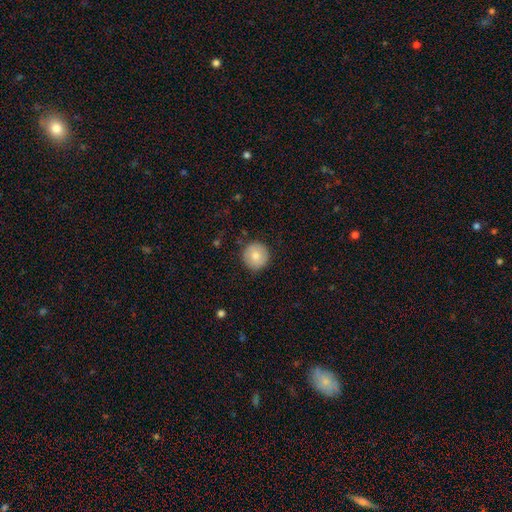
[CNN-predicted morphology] smooth-or-featured: smooth: 79% | featured or disk: 14% | star or artifact: 7%
  how-rounded: round: 95% | in between: 4% | cigar-shaped: 1%
  merging: none: 88% | minor disturbance: 8% | major disturbance: 2% | merger: 1%